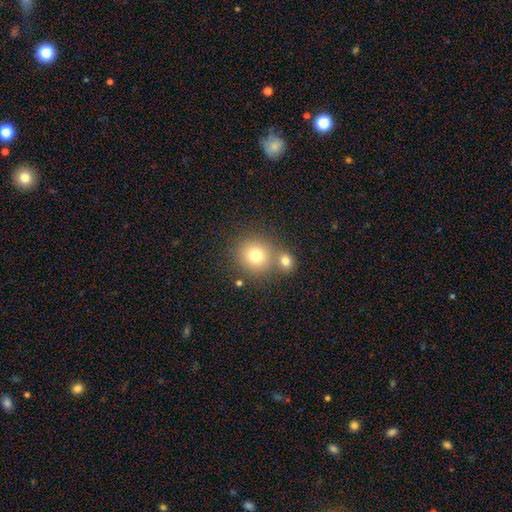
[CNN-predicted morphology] smooth-or-featured: smooth: 76% | star or artifact: 12% | featured or disk: 12%
  how-rounded: round: 89% | in between: 10% | cigar-shaped: 1%
  merging: none: 58% | merger: 30% | minor disturbance: 8% | major disturbance: 3%